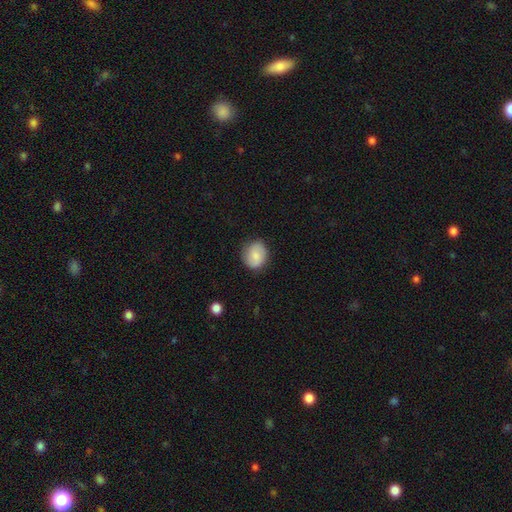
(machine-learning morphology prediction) Overall: smooth (79%). How rounded: round (68%; in between 31%). Merging: none (79%).